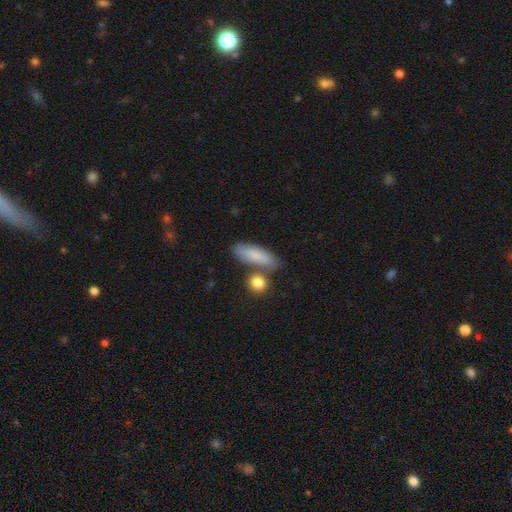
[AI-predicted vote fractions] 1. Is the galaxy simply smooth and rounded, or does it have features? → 79% smooth, 14% featured or disk, 6% star or artifact.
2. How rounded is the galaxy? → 56% in between, 40% cigar-shaped, 4% round.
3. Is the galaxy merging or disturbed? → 68% none, 14% minor disturbance, 13% merger, 4% major disturbance.